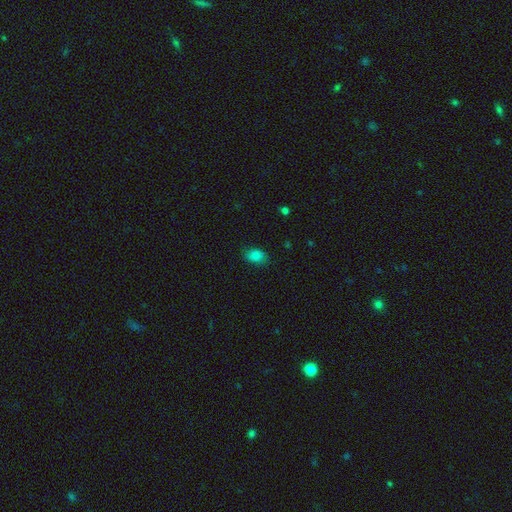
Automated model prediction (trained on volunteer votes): A smooth galaxy with no disk features (84%) that is in between round and cigar-shaped (81%). Merging: none (80%).